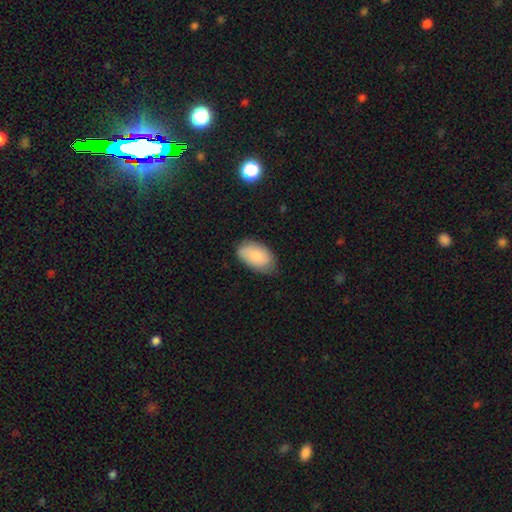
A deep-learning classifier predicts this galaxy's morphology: A smooth galaxy with no disk features (85%) that is in between round and cigar-shaped (94%). Merging: none (73%).